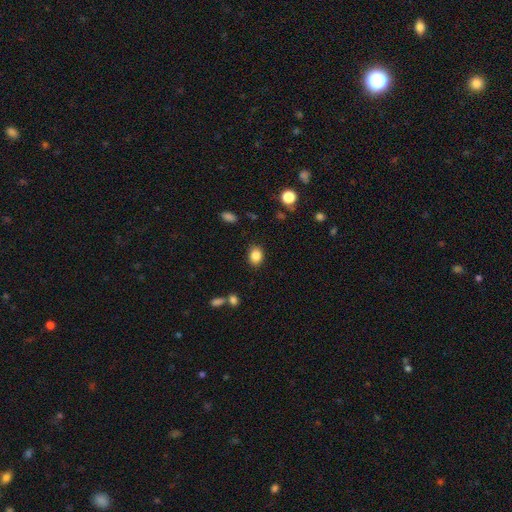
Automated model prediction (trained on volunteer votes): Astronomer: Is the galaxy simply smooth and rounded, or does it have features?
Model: smooth — 86%.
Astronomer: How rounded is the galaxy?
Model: in between — 56% (runner-up: round, 43%).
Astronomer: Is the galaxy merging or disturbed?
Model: none — 86%.